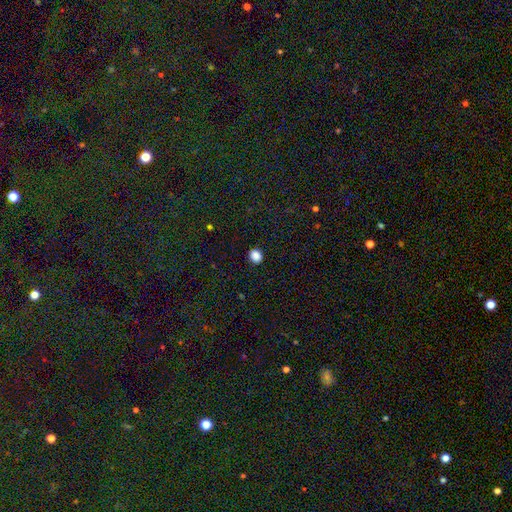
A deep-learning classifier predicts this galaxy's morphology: Smooth or featured: smooth — 87% (star or artifact — 10%)
How rounded: round — 69% (in between — 31%)
Merging: none — 91% (minor disturbance — 6%)